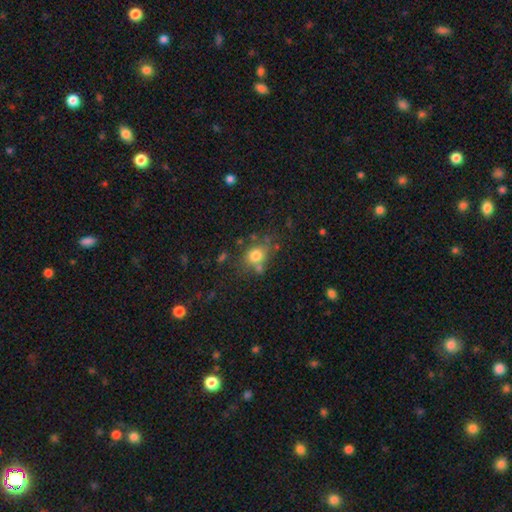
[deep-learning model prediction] Smooth or featured?
  - smooth: 76% *
  - star or artifact: 13%
  - featured or disk: 11%
How rounded?
  - round: 61% *
  - in between: 38%
  - cigar-shaped: 1%
Merging?
  - none: 63% *
  - minor disturbance: 17%
  - merger: 14%
  - major disturbance: 7%